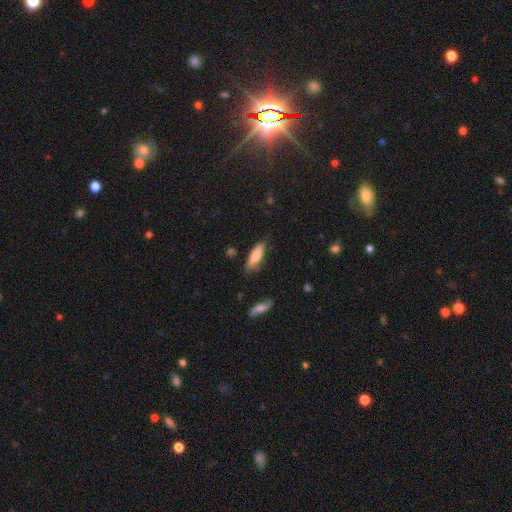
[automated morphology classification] type=smooth (80%); roundness=in between (52%); merging=none (75%).